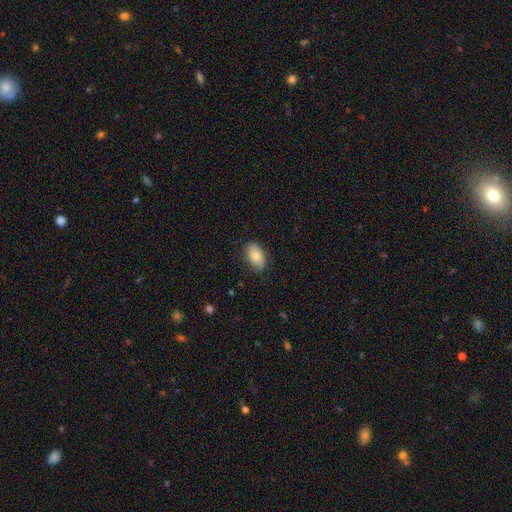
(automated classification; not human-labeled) The model was most divided on "merging": none: 77%, minor disturbance: 19%, major disturbance: 3%, merger: 1%. More confident: how rounded — in between (92%); smooth or featured — smooth (80%).